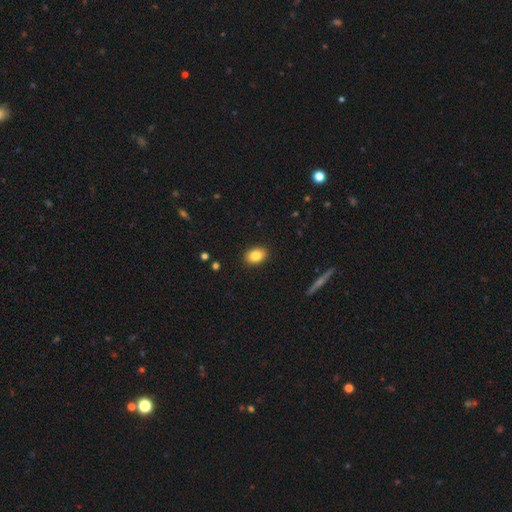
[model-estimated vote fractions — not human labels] Smooth or featured? Predicted: smooth (p=0.82). How rounded? Predicted: in between (p=0.77). Merging? Predicted: none (p=0.90).